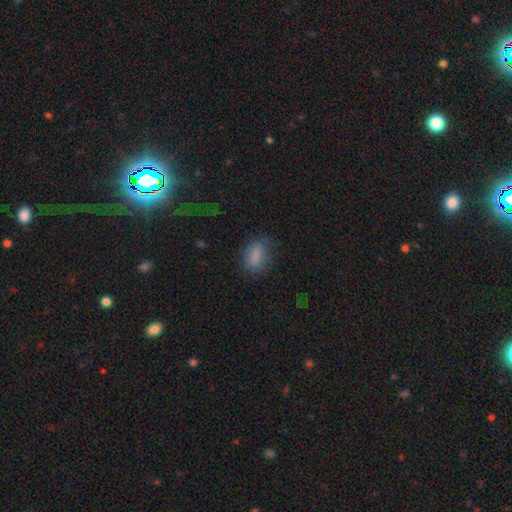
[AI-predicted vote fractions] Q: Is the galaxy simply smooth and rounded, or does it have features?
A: smooth — 82%.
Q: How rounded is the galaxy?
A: in between — 83%.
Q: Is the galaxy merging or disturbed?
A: none — 72%.